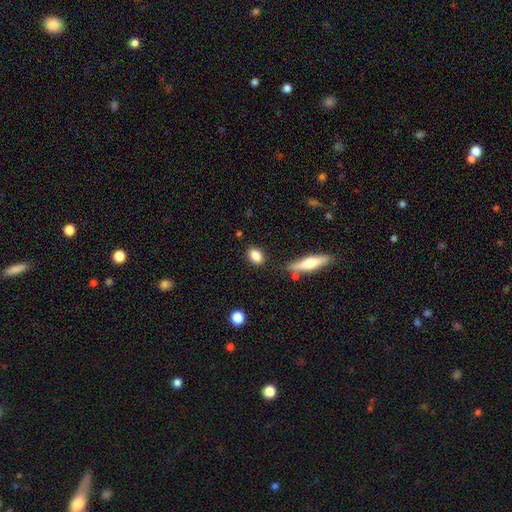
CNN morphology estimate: smooth-or-featured: smooth: 85% | featured or disk: 8% | star or artifact: 7%
  how-rounded: in between: 76% | round: 20% | cigar-shaped: 4%
  merging: none: 83% | minor disturbance: 11% | merger: 4% | major disturbance: 3%